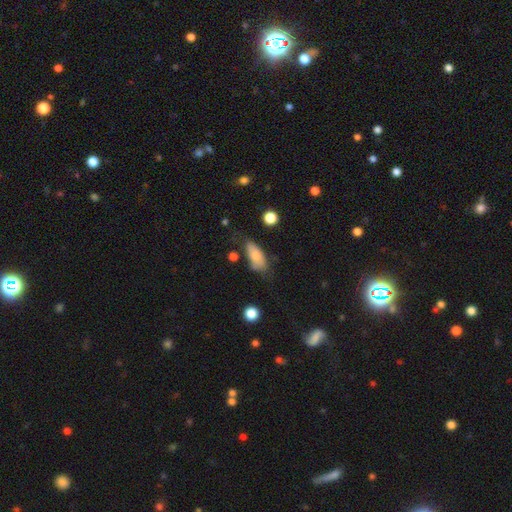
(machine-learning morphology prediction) The model was most divided on "merging": none: 56%, minor disturbance: 29%, major disturbance: 10%, merger: 5%. More confident: how rounded — in between (85%); smooth or featured — smooth (76%).